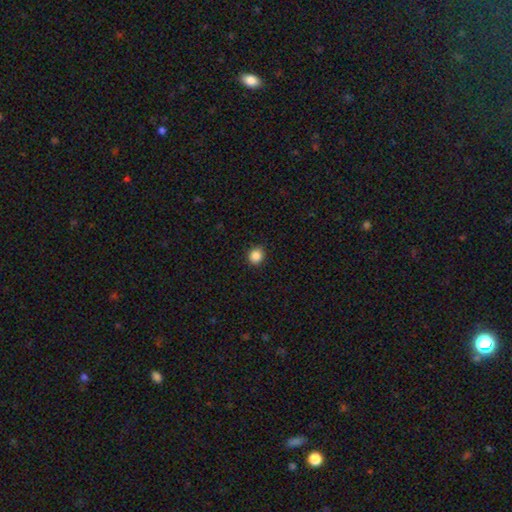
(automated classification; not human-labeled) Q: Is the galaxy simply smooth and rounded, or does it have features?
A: smooth — 87%.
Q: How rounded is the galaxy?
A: round — 86%.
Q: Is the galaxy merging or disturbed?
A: none — 91%.